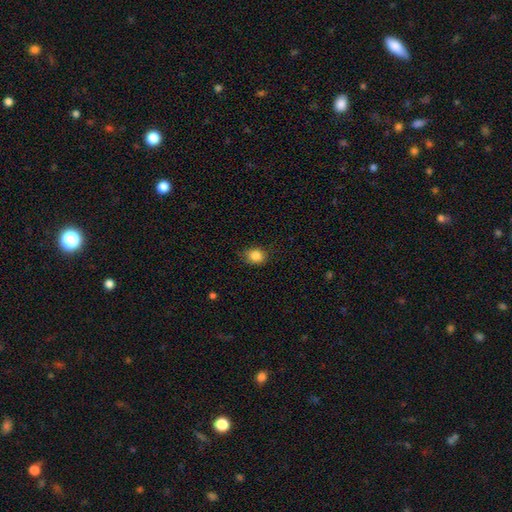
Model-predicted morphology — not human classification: Smooth or featured?
  - smooth: 85% *
  - star or artifact: 10%
  - featured or disk: 5%
How rounded?
  - round: 51% *
  - in between: 48%
  - cigar-shaped: 1%
Merging?
  - none: 77% *
  - minor disturbance: 19%
  - major disturbance: 4%
  - merger: 1%